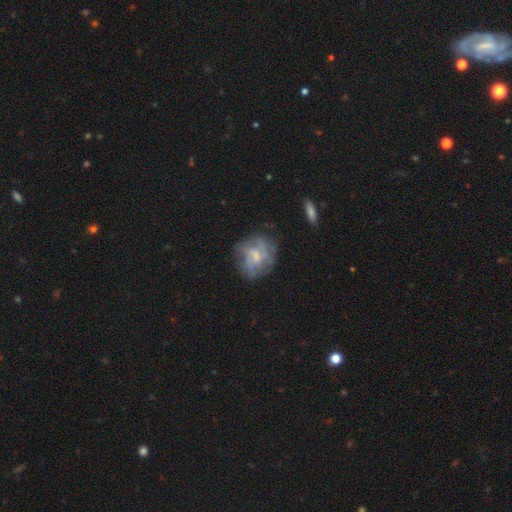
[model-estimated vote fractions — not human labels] This appears to be a featured or disk galaxy (58%) with a weak bar (46%), spiral arms (56%) and a small central bulge (36%). Merging: none (56%).